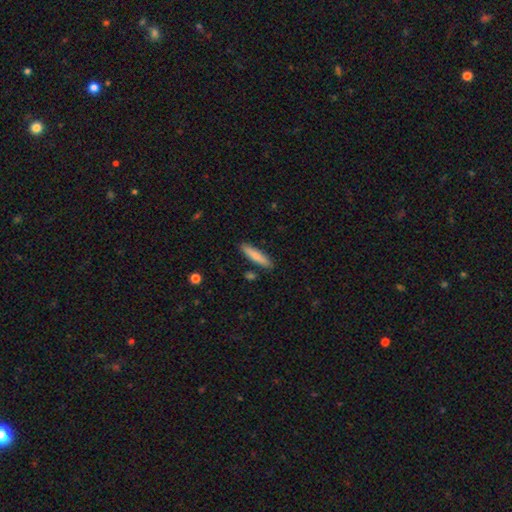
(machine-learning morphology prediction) A smooth galaxy with no disk features (79%) that is cigar-shaped (83%).

Vote fractions:
- Smooth or featured? smooth: 79% / featured or disk: 15% / star or artifact: 6%
- How rounded? cigar-shaped: 83% / in between: 15% / round: 1%
- Merging? none: 87% / minor disturbance: 8% / merger: 3% / major disturbance: 2%